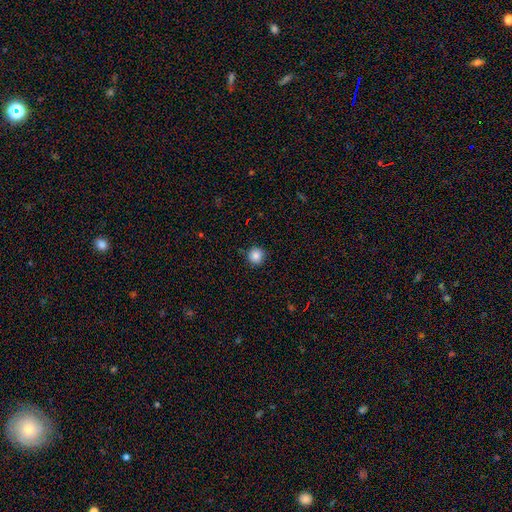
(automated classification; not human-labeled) Smooth or featured?
  - smooth: 86% *
  - star or artifact: 10%
  - featured or disk: 4%
How rounded?
  - round: 95% *
  - in between: 4%
  - cigar-shaped: 1%
Merging?
  - none: 90% *
  - minor disturbance: 7%
  - major disturbance: 2%
  - merger: 1%